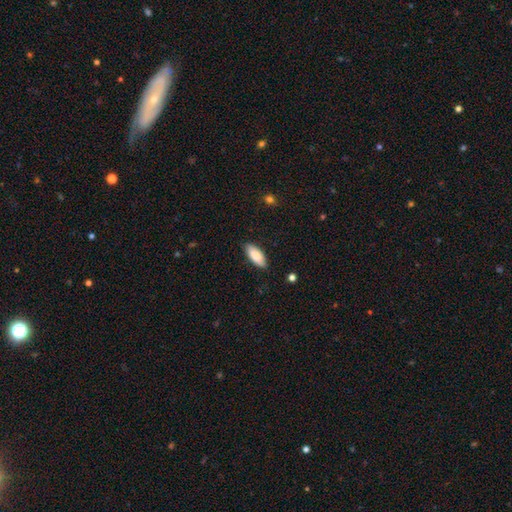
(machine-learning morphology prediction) This appears to be a smooth galaxy with no disk features (84%) that is in between round and cigar-shaped (82%). Merging: none (85%).